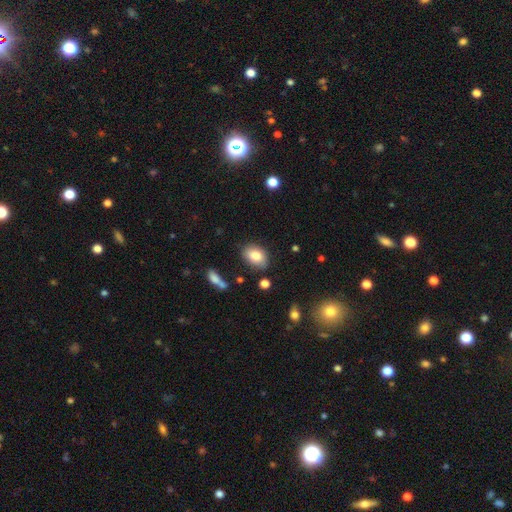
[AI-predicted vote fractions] Smooth or featured: smooth — 81% (featured or disk — 11%)
How rounded: in between — 81% (round — 18%)
Merging: none — 76% (minor disturbance — 17%)